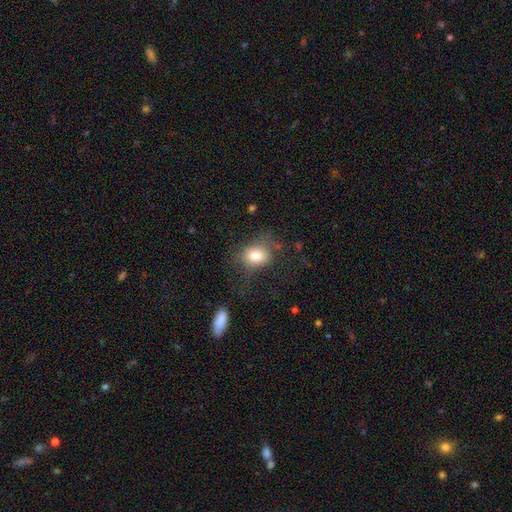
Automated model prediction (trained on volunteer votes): Overall: smooth (78%). How rounded: round (50%; in between 49%). Merging: none (61%; minor disturbance 23%).